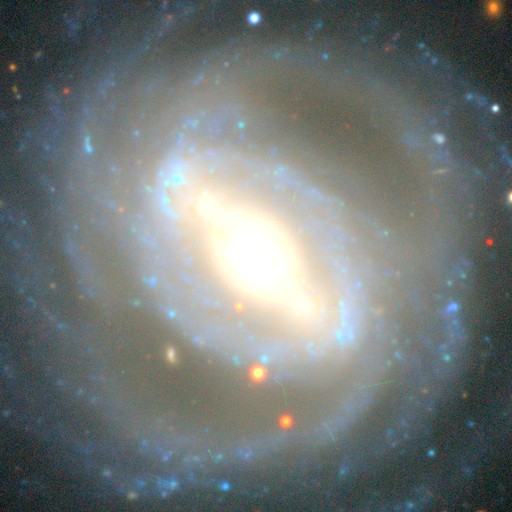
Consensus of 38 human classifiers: Smooth or featured?
  - featured or disk: 84% *
  - smooth: 13%
  - star or artifact: 3%
Edge-on disk?
  - no: 100% *
  - yes: 0%
Bar?
  - strong: 72% *
  - weak: 25%
  - no: 3%
Spiral arms?
  - yes: 97% *
  - no: 3%
Spiral winding?
  - tight: 84% *
  - medium: 16%
  - loose: 0%
Spiral arm count?
  - can't tell: 29% *
  - 2: 19%
  - 4: 19%
  - more than 4: 19%
  - 3: 13%
  - 1: 0%
Bulge size?
  - moderate: 69% *
  - large: 12%
  - small: 12%
  - dominant: 3%
  - none: 3%
Merging?
  - none: 86% *
  - minor disturbance: 5%
  - major disturbance: 5%
  - merger: 3%